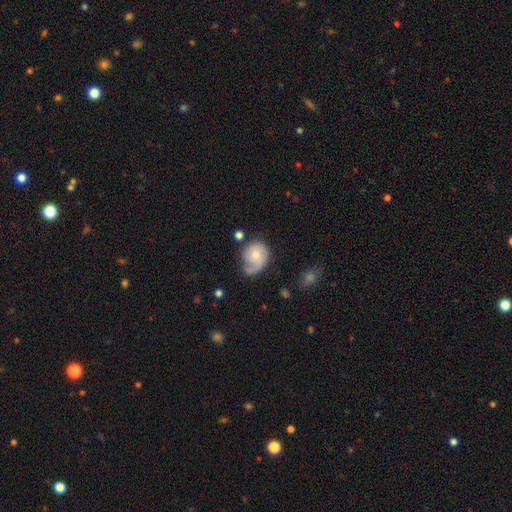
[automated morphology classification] featured or disk 49%, smooth 44%, star or artifact 7%. Down the decision tree: merging — none (42%).